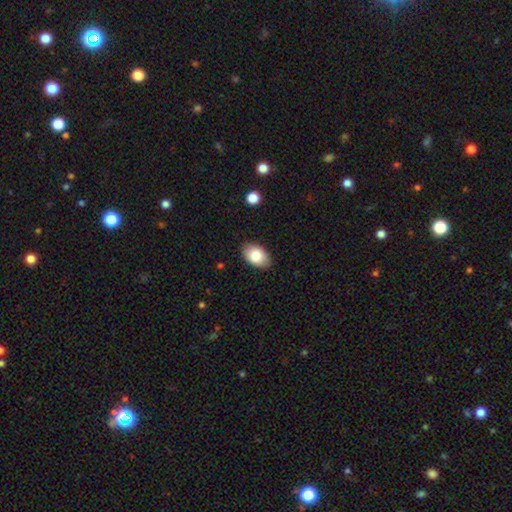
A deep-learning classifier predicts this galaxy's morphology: A smooth galaxy with no disk features (84%) that is in between round and cigar-shaped (91%).

Vote fractions:
- Smooth or featured? smooth: 84% / featured or disk: 9% / star or artifact: 7%
- How rounded? in between: 91% / round: 7% / cigar-shaped: 1%
- Merging? none: 86% / minor disturbance: 11% / major disturbance: 2% / merger: 1%